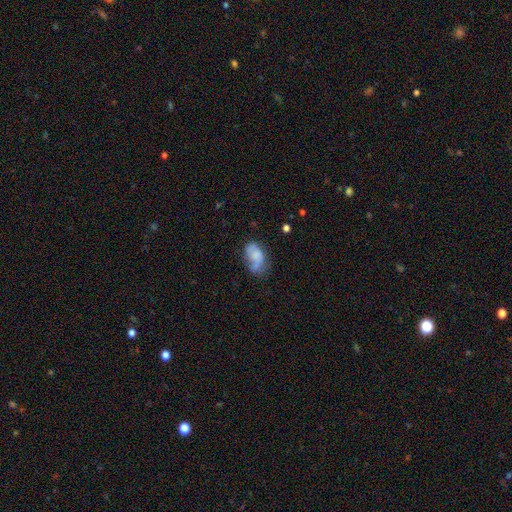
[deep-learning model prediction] A smooth galaxy with no disk features (58%) that is in between round and cigar-shaped (90%). Merging: none (37%).